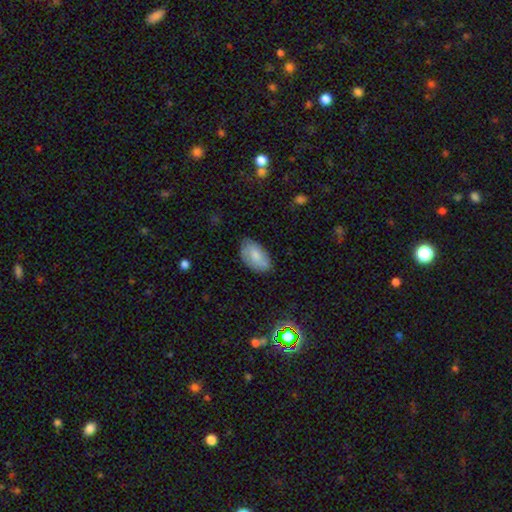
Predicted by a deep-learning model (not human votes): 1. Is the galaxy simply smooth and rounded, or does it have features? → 69% smooth, 24% featured or disk, 7% star or artifact.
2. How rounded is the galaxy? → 93% in between, 5% round, 2% cigar-shaped.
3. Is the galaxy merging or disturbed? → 76% none, 19% minor disturbance, 4% major disturbance, 1% merger.